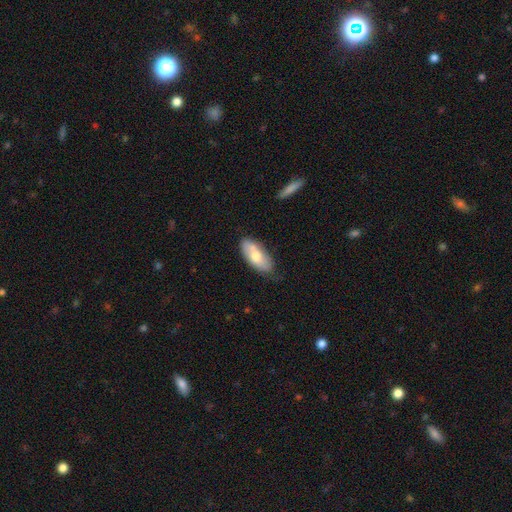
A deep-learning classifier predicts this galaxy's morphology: Smooth or featured? Predicted: smooth (p=0.67). How rounded? Predicted: in between (p=0.87). Merging? Predicted: none (p=0.64).